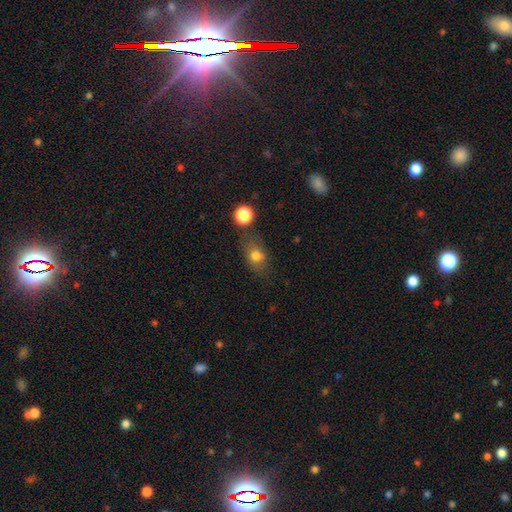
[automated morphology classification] smooth 74%, featured or disk 14%, star or artifact 12%. Down the decision tree: how rounded — in between (67%); merging — none (63%).